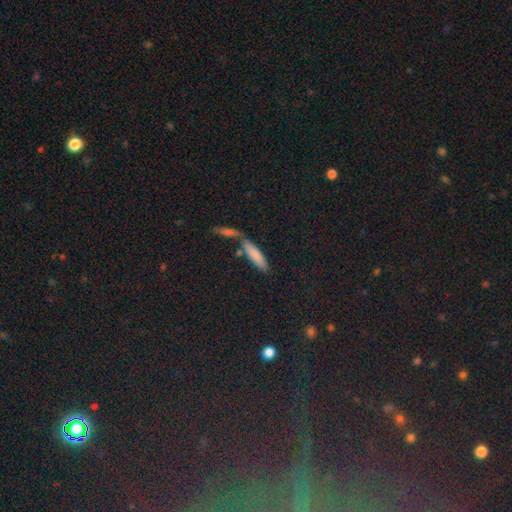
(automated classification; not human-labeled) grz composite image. It shows a smooth galaxy with no disk features (78%) that is cigar-shaped (70%). Merging: none (62%).